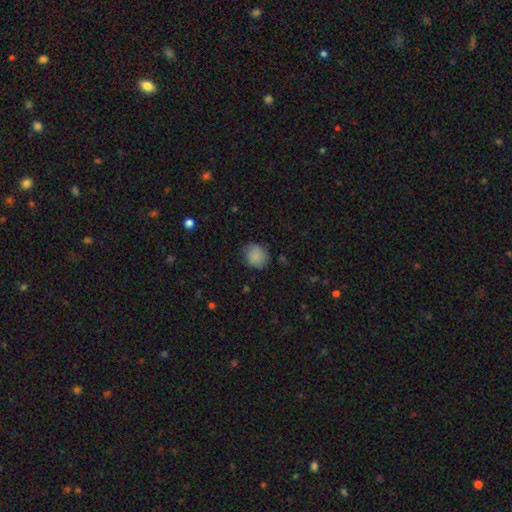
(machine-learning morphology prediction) Smooth or featured? smooth (85%)
How rounded? round (74%)
Merging? none (77%)